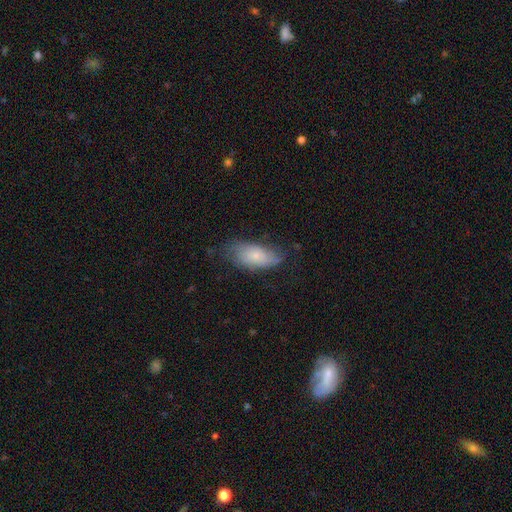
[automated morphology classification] This is likely a smooth galaxy (63%). How rounded: clearly in between (88%). Merging: possibly none (56%).